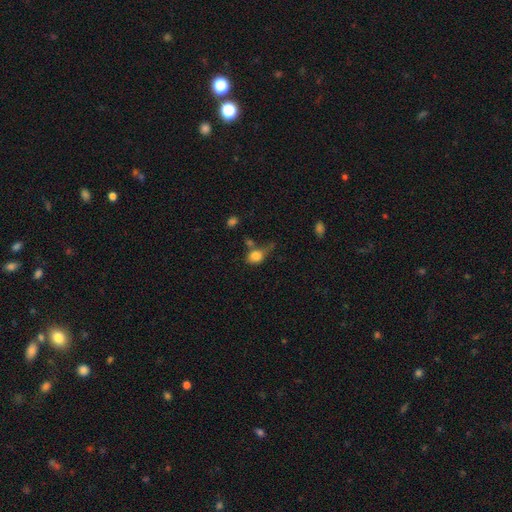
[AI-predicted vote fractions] Q: Smooth or featured?
A: smooth (79%); runner-up: featured or disk (11%)
Q: How rounded?
A: in between (49%); tied with: round (49%)
Q: Merging?
A: none (37%); runner-up: minor disturbance (27%)